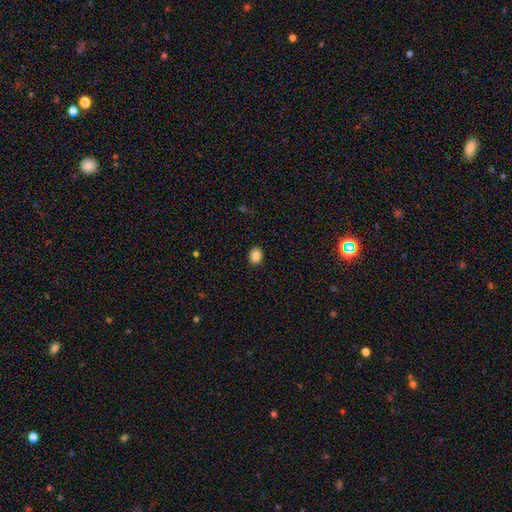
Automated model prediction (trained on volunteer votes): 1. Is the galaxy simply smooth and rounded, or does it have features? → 87% smooth, 9% star or artifact, 4% featured or disk.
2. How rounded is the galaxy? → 52% in between, 47% round, 1% cigar-shaped.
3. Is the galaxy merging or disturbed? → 90% none, 7% minor disturbance, 2% major disturbance, 1% merger.